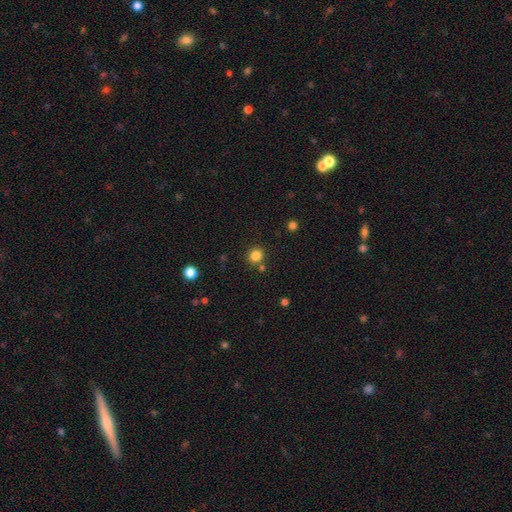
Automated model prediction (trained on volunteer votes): This is clearly a smooth galaxy (82%). How rounded: clearly round (88%). Merging: clearly none (80%).